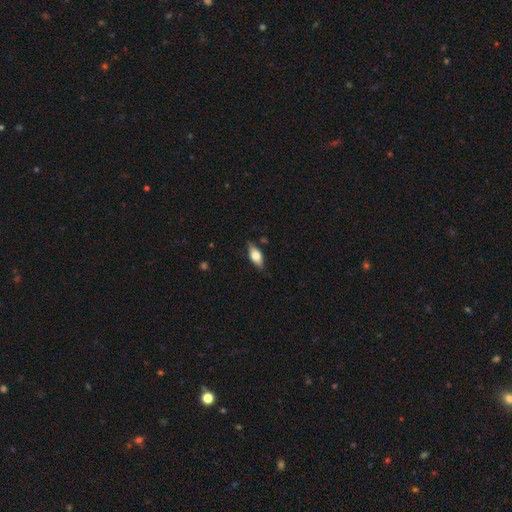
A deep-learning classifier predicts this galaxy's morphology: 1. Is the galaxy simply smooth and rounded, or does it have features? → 61% smooth, 32% featured or disk, 7% star or artifact.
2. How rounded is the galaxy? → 80% in between, 15% cigar-shaped, 5% round.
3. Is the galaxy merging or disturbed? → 78% none, 17% minor disturbance, 4% major disturbance, 2% merger.